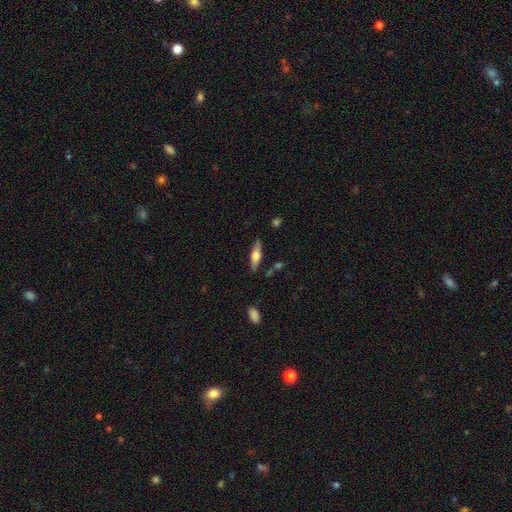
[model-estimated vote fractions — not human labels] A smooth galaxy with no disk features (47%, tied with featured or disk). Merging: none (84%).